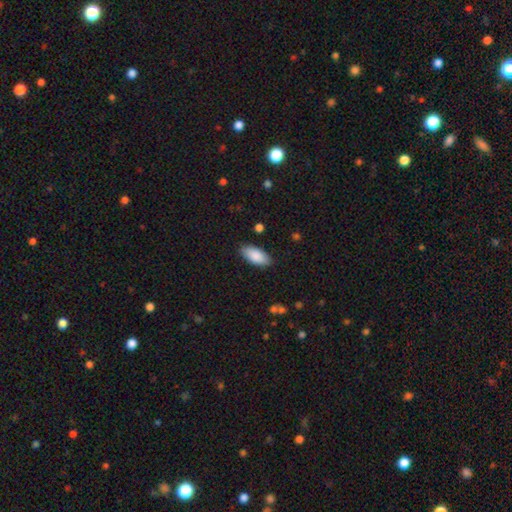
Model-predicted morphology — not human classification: A smooth galaxy with no disk features (88%) that is in between round and cigar-shaped (91%).

Vote fractions:
- Smooth or featured? smooth: 88% / featured or disk: 7% / star or artifact: 6%
- How rounded? in between: 91% / cigar-shaped: 7% / round: 2%
- Merging? none: 86% / minor disturbance: 10% / major disturbance: 2% / merger: 1%